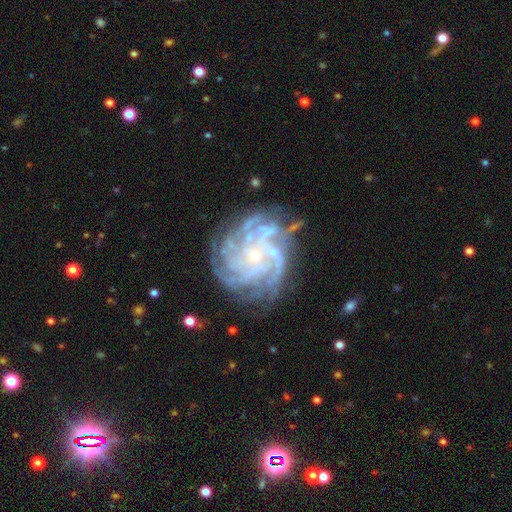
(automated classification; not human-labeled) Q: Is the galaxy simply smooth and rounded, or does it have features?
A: featured or disk — 88%.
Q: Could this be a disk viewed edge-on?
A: no — 98%.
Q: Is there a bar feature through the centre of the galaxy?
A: no — 74%.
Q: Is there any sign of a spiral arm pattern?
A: yes — 97%.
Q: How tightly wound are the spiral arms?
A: tight — 67%.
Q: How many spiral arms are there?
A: more than 4 — 34%.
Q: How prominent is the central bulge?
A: small — 82%.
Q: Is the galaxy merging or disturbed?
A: none — 73%.